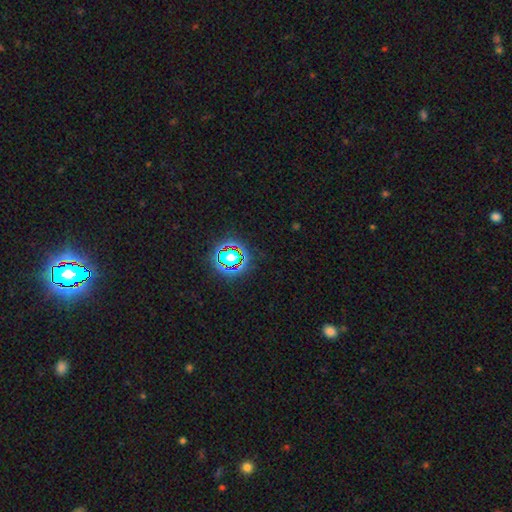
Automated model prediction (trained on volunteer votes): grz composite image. It shows a star or artifact, not a galaxy (77%).